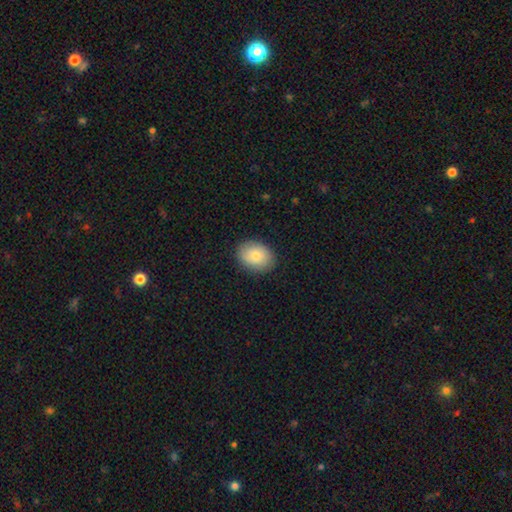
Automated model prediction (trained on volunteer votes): The model was most divided on "how rounded": in between: 64%, round: 35%, cigar-shaped: 1%. More confident: merging — none (87%); smooth or featured — smooth (78%).